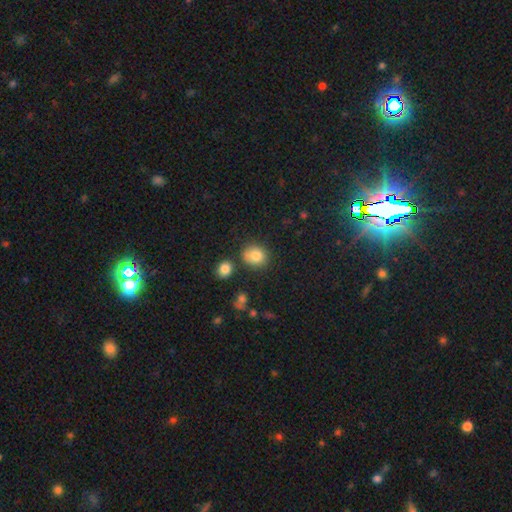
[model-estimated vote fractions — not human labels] Smooth or featured? smooth (81%)
How rounded? round (73%)
Merging? none (73%)